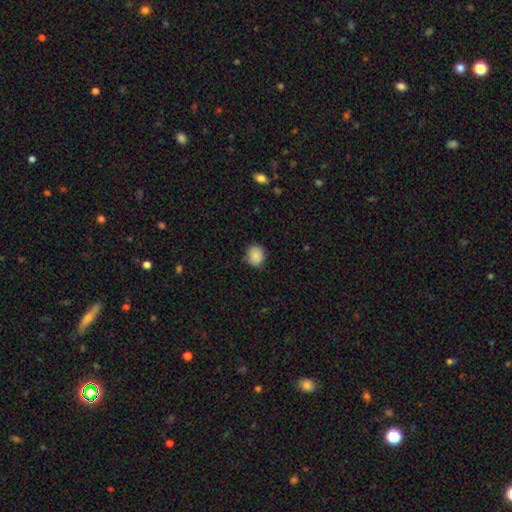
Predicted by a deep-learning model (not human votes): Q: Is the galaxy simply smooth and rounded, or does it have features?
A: smooth — 87%.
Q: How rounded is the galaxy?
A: round — 73%.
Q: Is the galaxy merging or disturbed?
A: none — 80%.